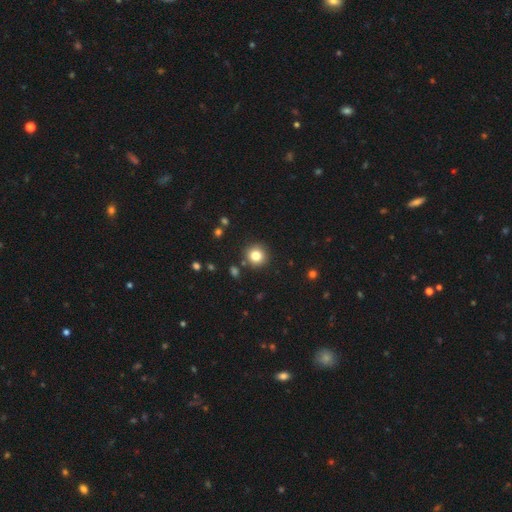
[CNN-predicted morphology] Smooth or featured? smooth (81%)
How rounded? round (93%)
Merging? none (88%)